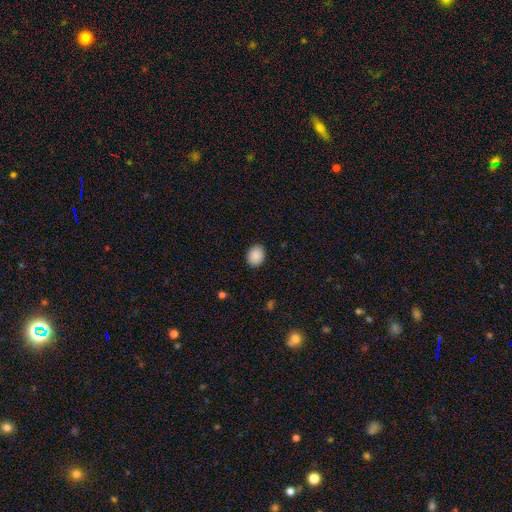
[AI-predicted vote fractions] A smooth galaxy with no disk features (90%) that is in between round and cigar-shaped (51%).

Vote fractions:
- Smooth or featured? smooth: 90% / star or artifact: 8% / featured or disk: 3%
- How rounded? in between: 51% / round: 48% / cigar-shaped: 1%
- Merging? none: 89% / minor disturbance: 7% / major disturbance: 2% / merger: 1%